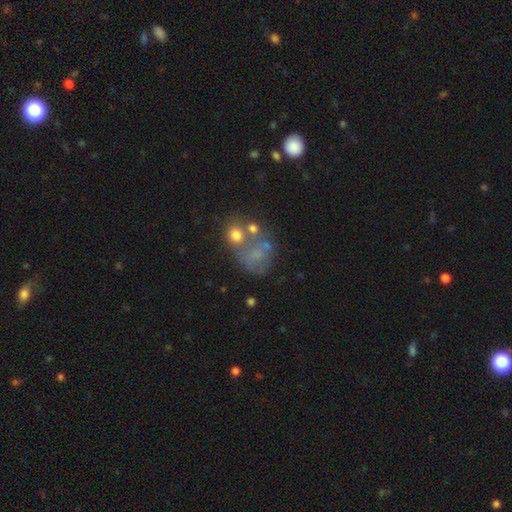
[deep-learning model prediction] This is possibly a smooth galaxy (49%). Merging: marginally none (32%).